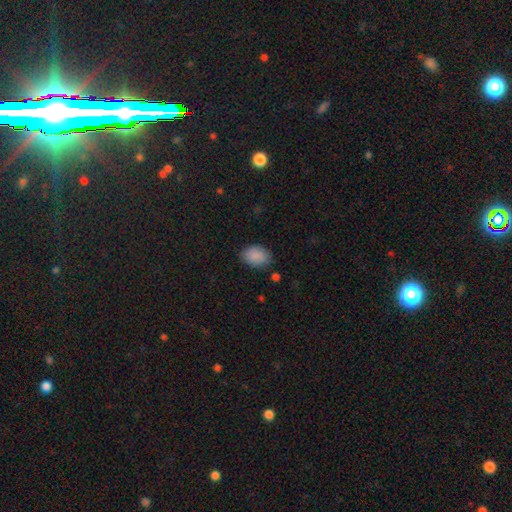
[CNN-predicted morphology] smooth_or_featured: smooth (p=0.89) [alt: star or artifact p=0.07]
how_rounded: in between (p=0.83) [alt: round p=0.16]
merging: none (p=0.81) [alt: minor disturbance p=0.14]